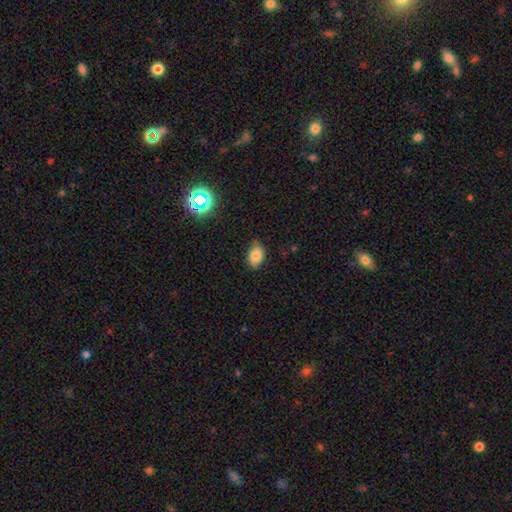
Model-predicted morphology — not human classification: Smooth or featured? Predicted: smooth (p=0.83). How rounded? Predicted: in between (p=0.86). Merging? Predicted: none (p=0.80).